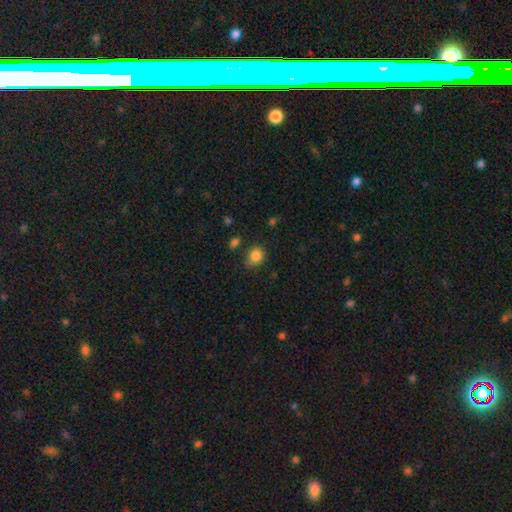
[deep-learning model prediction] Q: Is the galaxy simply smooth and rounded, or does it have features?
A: smooth — 84%.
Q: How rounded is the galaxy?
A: round — 61%.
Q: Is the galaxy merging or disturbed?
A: none — 67%.